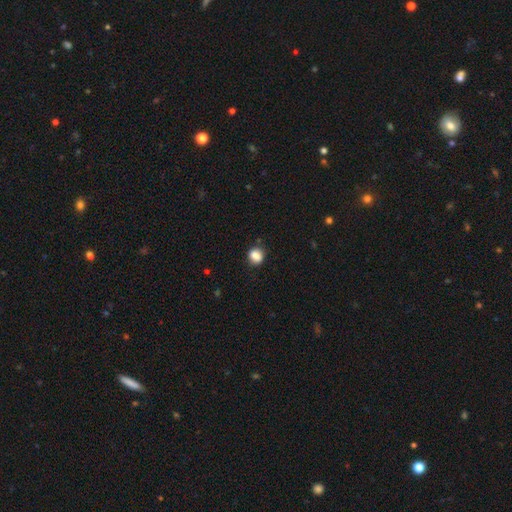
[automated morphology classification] Overall: smooth (85%). How rounded: round (63%; in between 36%). Merging: none (79%).